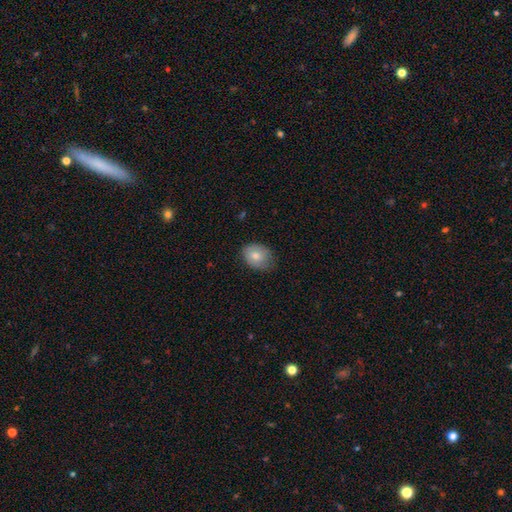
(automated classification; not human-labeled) A smooth galaxy with no disk features (80%) that is in between round and cigar-shaped (62%). Merging: none (68%).